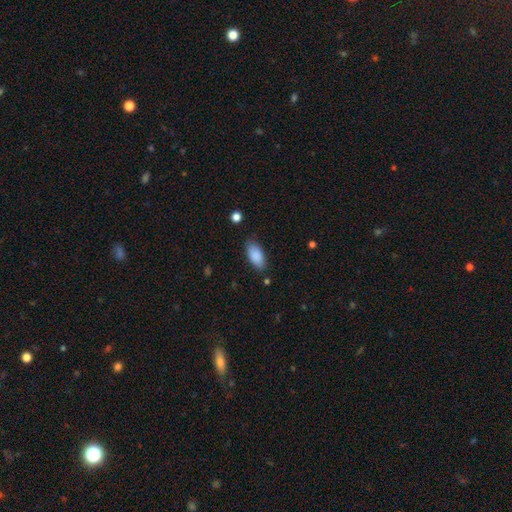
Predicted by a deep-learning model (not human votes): This appears to be a smooth galaxy with no disk features (89%) that is in between round and cigar-shaped (90%). Merging: none (82%).